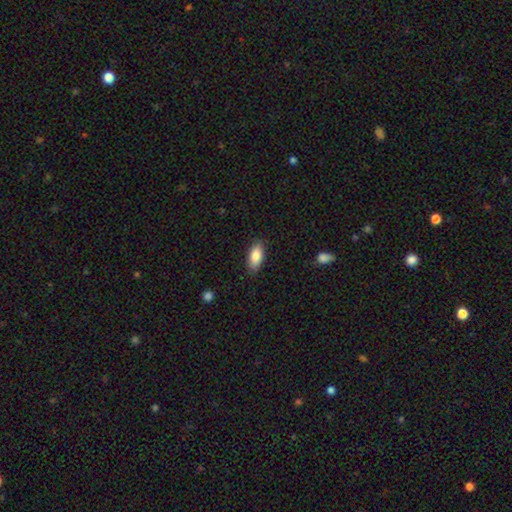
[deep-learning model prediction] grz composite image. It shows a smooth galaxy with no disk features (86%) that is in between round and cigar-shaped (89%). Merging: none (85%).